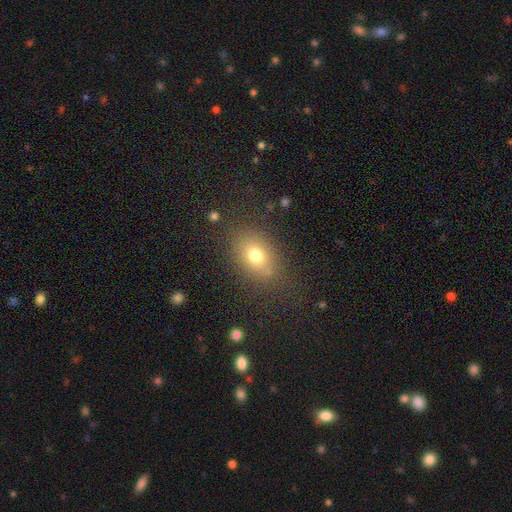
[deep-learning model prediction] smooth-or-featured: smooth: 74% | star or artifact: 13% | featured or disk: 13%
  how-rounded: in between: 67% | round: 31% | cigar-shaped: 1%
  merging: none: 77% | minor disturbance: 14% | major disturbance: 7% | merger: 3%